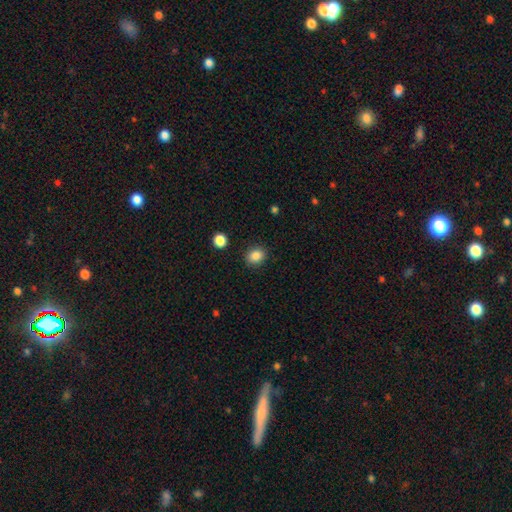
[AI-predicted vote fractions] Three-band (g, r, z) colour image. It shows a smooth galaxy with no disk features (86%) that is round (59%). Merging: none (87%).